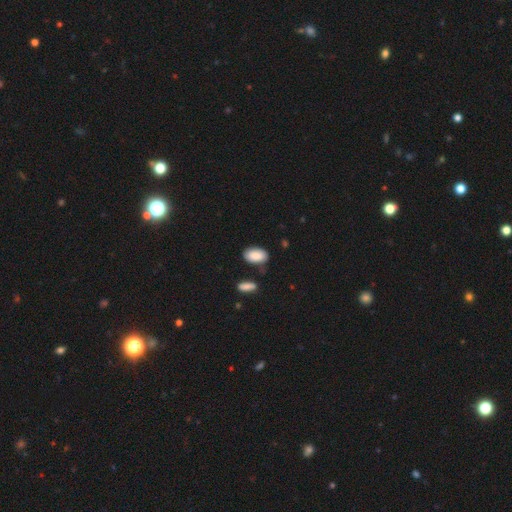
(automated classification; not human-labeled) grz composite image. It shows a smooth galaxy with no disk features (87%) that is in between round and cigar-shaped (93%). Merging: none (70%).